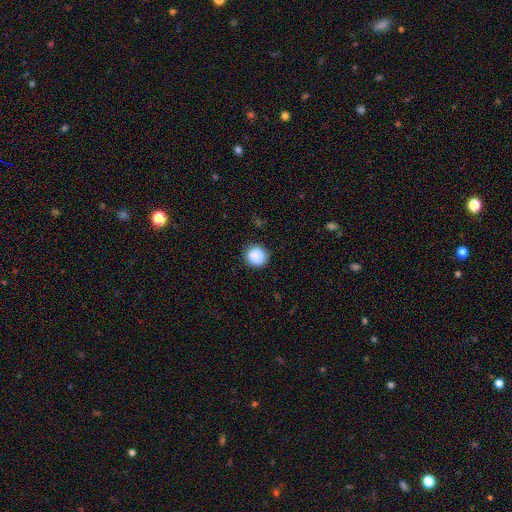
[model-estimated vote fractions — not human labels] This is clearly a smooth galaxy (87%). How rounded: clearly round (90%). Merging: clearly none (84%).